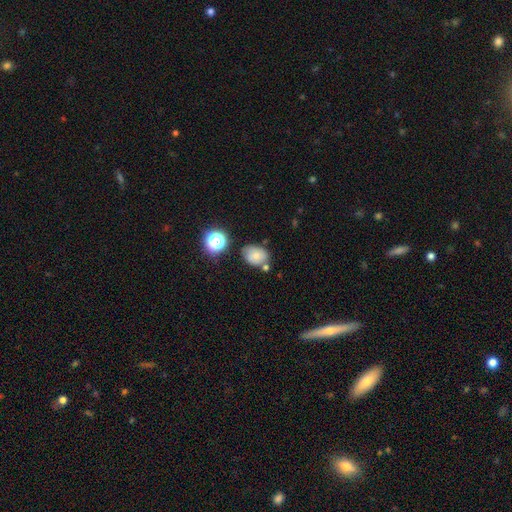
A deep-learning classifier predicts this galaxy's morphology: A smooth galaxy with no disk features (74%) that is in between round and cigar-shaped (65%). Merging: none (65%).